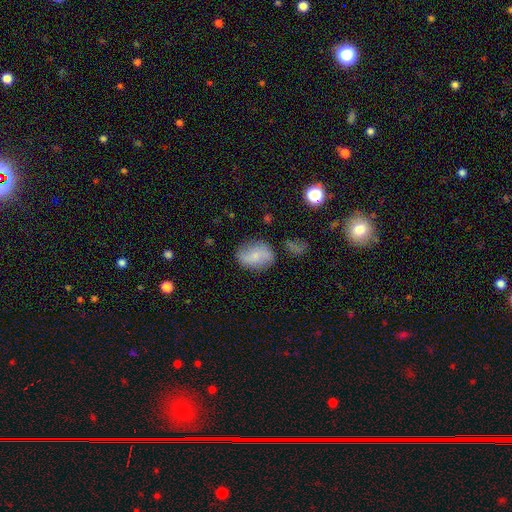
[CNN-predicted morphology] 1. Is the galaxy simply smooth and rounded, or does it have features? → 58% smooth, 33% featured or disk, 9% star or artifact.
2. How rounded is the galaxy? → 68% in between, 30% round, 2% cigar-shaped.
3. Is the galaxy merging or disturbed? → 67% none, 21% minor disturbance, 7% major disturbance, 5% merger.